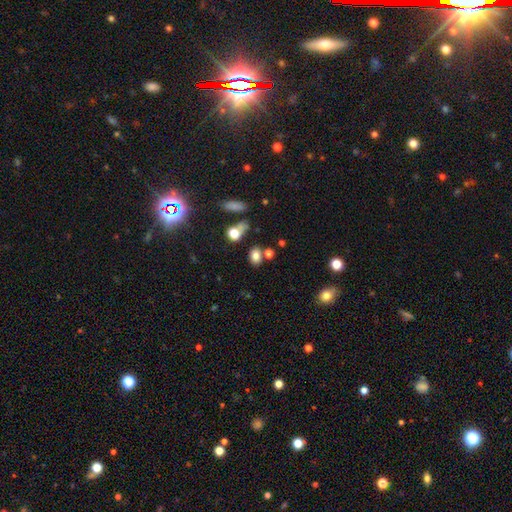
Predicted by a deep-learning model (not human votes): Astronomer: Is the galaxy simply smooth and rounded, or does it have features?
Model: smooth — 79%.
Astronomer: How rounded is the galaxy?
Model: in between — 66%.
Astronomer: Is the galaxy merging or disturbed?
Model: none — 68%.